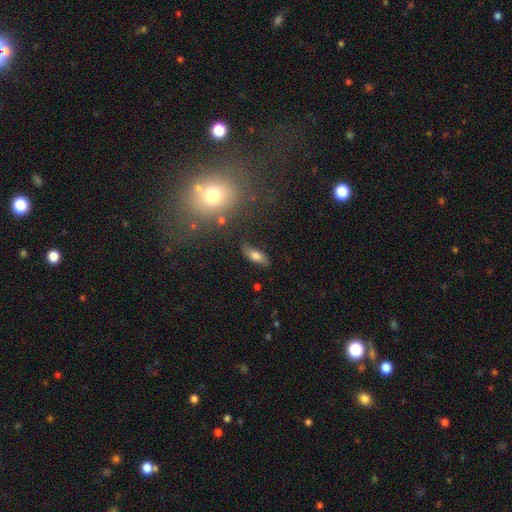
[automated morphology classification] A smooth galaxy with no disk features (70%) that is in between round and cigar-shaped (69%).

Vote fractions:
- Smooth or featured? smooth: 70% / featured or disk: 21% / star or artifact: 9%
- How rounded? in between: 69% / cigar-shaped: 28% / round: 4%
- Merging? none: 74% / minor disturbance: 18% / major disturbance: 5% / merger: 3%